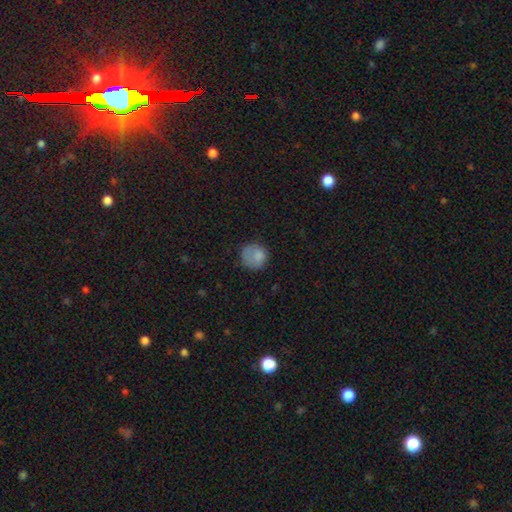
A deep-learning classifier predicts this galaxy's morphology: A smooth galaxy with no disk features (79%) that is round (86%). Merging: none (62%).